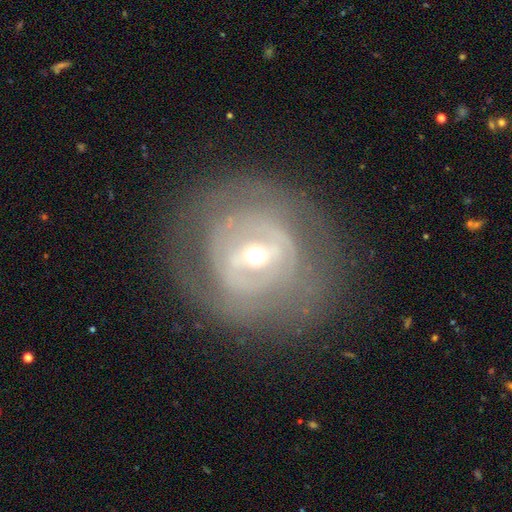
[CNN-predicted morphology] smooth_or_featured: featured or disk (p=0.78) [alt: smooth p=0.16]
disk_edge_on: no (p=0.95) [alt: yes p=0.05]
bar: weak (p=0.40) [alt: strong p=0.36]
has_spiral_arms: yes (p=0.57) [alt: no p=0.43]
bulge_size: moderate (p=0.53) [alt: small p=0.42]
merging: none (p=0.75) [alt: minor disturbance p=0.14]